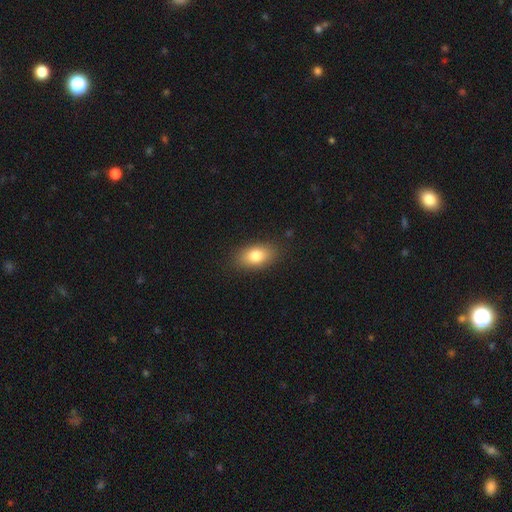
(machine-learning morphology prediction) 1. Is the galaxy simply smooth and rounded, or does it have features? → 81% smooth, 11% featured or disk, 8% star or artifact.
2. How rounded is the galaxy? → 88% in between, 8% round, 3% cigar-shaped.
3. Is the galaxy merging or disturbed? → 86% none, 11% minor disturbance, 3% major disturbance, 1% merger.